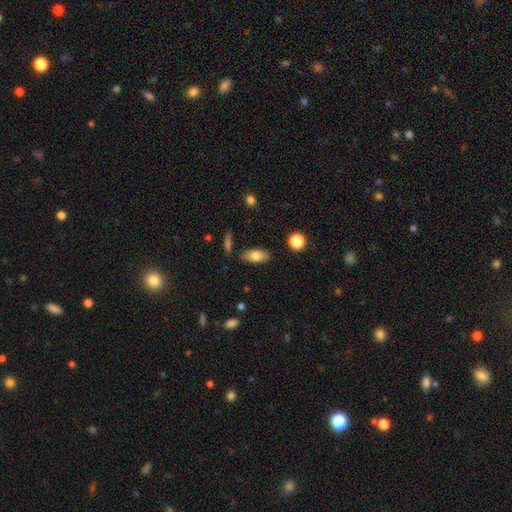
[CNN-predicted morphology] Smooth or featured: smooth — 77% (featured or disk — 15%)
How rounded: in between — 84% (cigar-shaped — 12%)
Merging: none — 83% (minor disturbance — 11%)